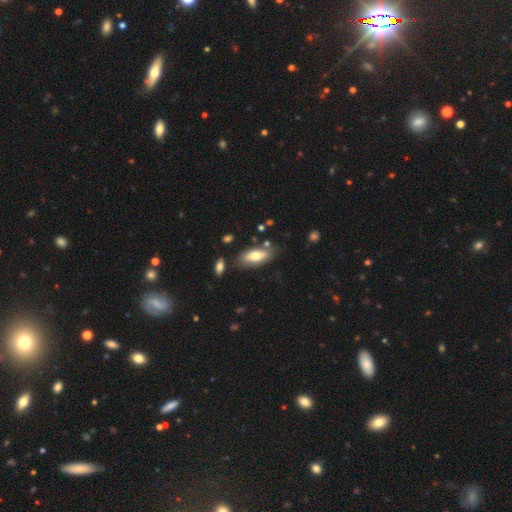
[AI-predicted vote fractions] Smooth or featured: smooth — 68% (featured or disk — 26%)
How rounded: in between — 82% (cigar-shaped — 16%)
Merging: none — 73% (minor disturbance — 17%)